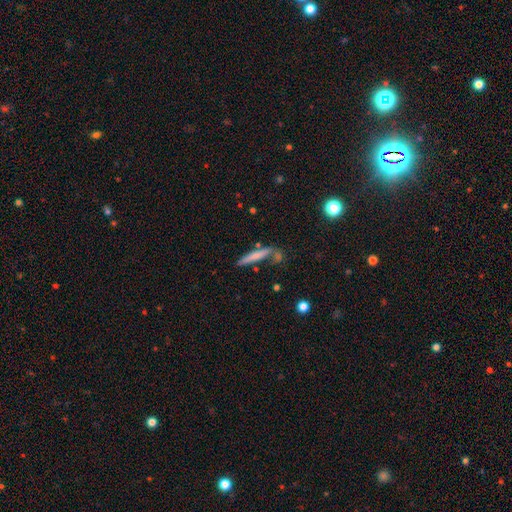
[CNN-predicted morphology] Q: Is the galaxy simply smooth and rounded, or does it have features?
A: smooth — 64%.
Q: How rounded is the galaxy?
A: cigar-shaped — 92%.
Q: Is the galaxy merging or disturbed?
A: none — 63%.